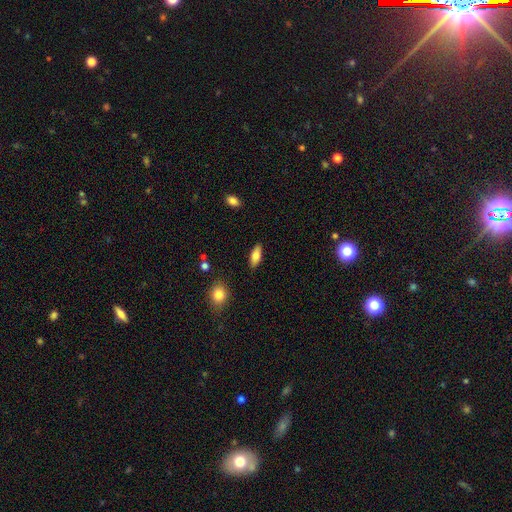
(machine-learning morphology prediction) Overall: smooth (80%). How rounded: in between (81%). Merging: none (88%).